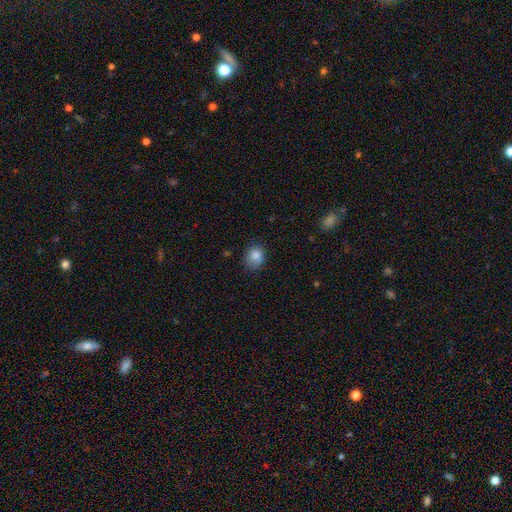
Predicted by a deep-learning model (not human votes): Q: Smooth or featured?
A: smooth (82%); runner-up: star or artifact (10%)
Q: How rounded?
A: round (62%); runner-up: in between (37%)
Q: Merging?
A: none (66%); runner-up: minor disturbance (24%)